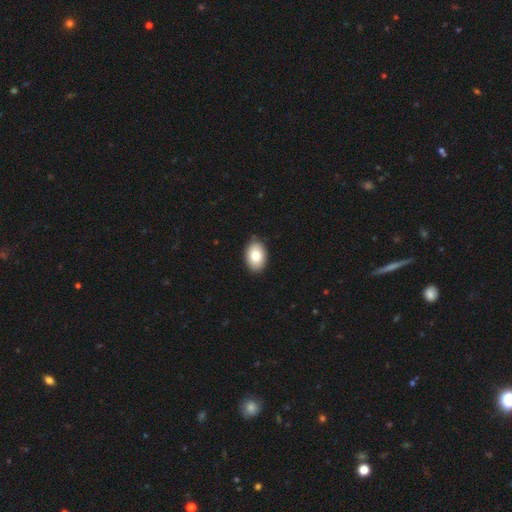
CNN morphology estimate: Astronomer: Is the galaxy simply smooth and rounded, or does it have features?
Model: smooth — 79%.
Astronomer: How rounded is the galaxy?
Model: in between — 87%.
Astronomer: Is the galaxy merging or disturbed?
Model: none — 87%.